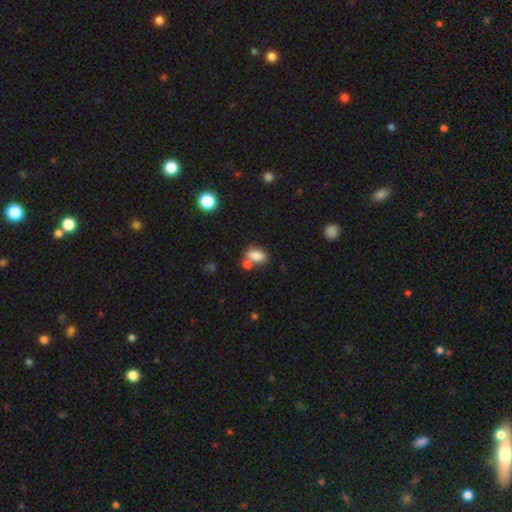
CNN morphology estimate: Smooth or featured? Predicted: smooth (p=0.84). How rounded? Predicted: in between (p=0.89). Merging? Predicted: none (p=0.53).